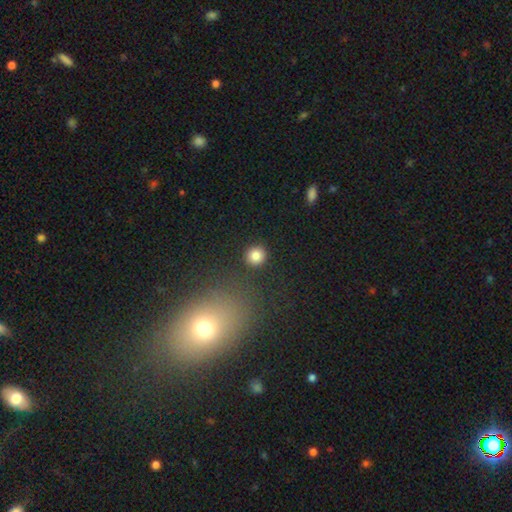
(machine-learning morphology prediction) smooth-or-featured: smooth: 84% | star or artifact: 11% | featured or disk: 5%
  how-rounded: round: 93% | in between: 6% | cigar-shaped: 1%
  merging: none: 91% | minor disturbance: 5% | merger: 2% | major disturbance: 2%